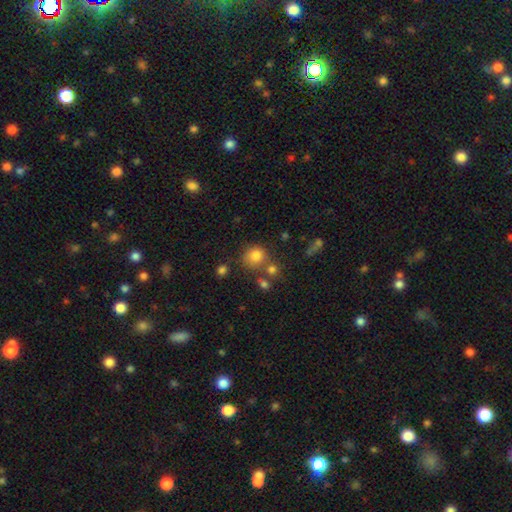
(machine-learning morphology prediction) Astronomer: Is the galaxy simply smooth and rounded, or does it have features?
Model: smooth — 79%.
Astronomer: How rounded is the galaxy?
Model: round — 85%.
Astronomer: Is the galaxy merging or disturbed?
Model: none — 65%.